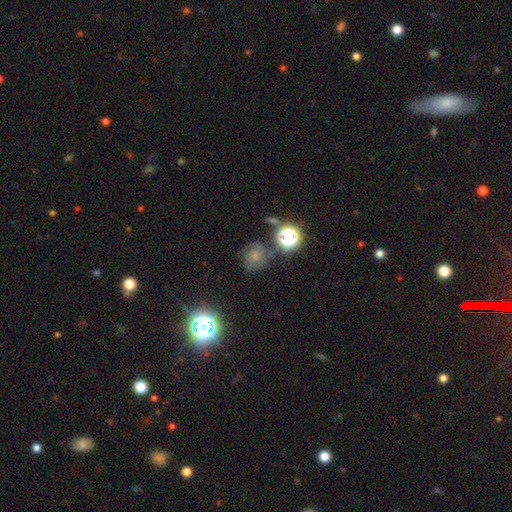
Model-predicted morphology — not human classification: A smooth galaxy with no disk features (37%). Merging: none (66%).